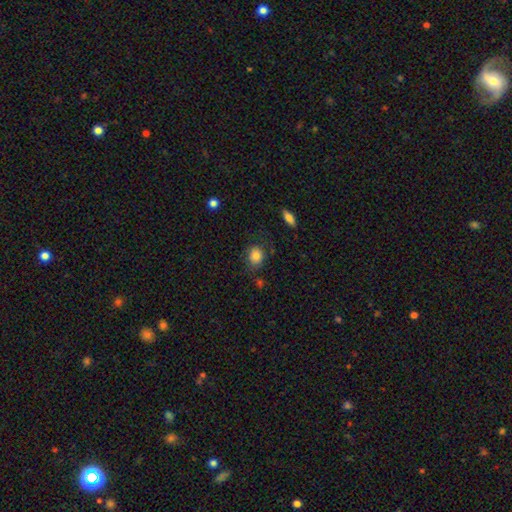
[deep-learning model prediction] Q: Smooth or featured?
A: smooth (83%); runner-up: star or artifact (10%)
Q: How rounded?
A: round (65%); runner-up: in between (34%)
Q: Merging?
A: none (74%); runner-up: minor disturbance (17%)